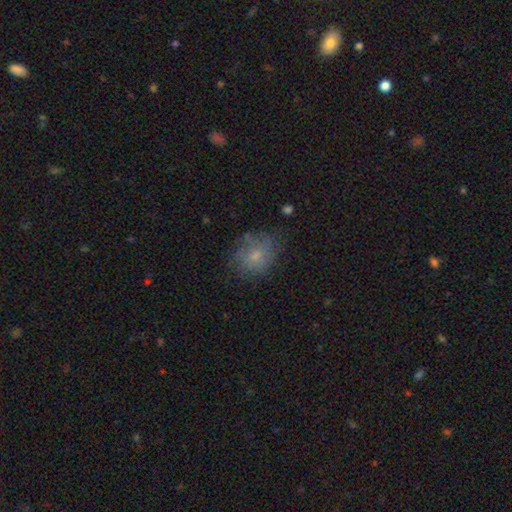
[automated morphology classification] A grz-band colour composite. It shows a smooth galaxy with no disk features (67%) that is round (54%). Merging: none (62%).